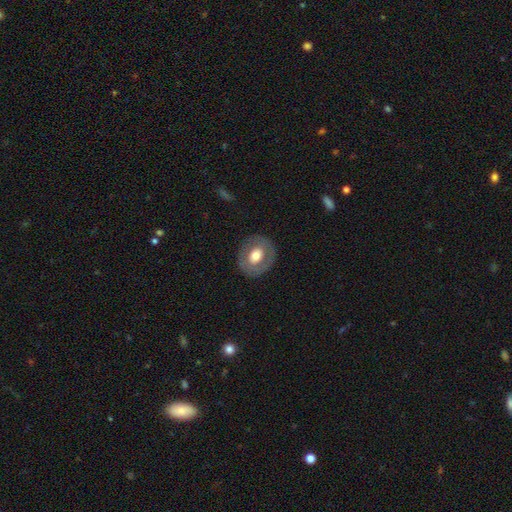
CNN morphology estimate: smooth 51%, featured or disk 42%, star or artifact 6%. Down the decision tree: how rounded — round (61%); merging — none (83%).